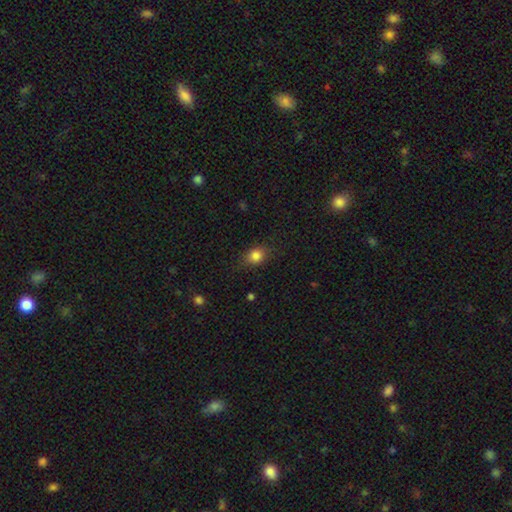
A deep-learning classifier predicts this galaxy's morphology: Smooth or featured? smooth (83%)
How rounded? round (53%)
Merging? none (79%)